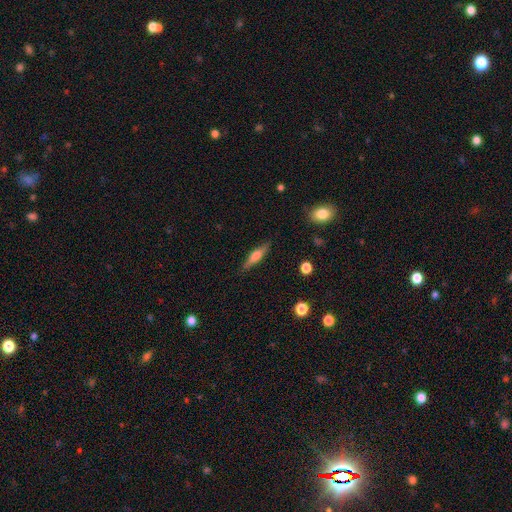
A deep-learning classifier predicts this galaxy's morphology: Smooth or featured?
  - smooth: 50% *
  - featured or disk: 43%
  - star or artifact: 7%
How rounded?
  - cigar-shaped: 78% *
  - in between: 19%
  - round: 2%
Merging?
  - none: 87% *
  - minor disturbance: 9%
  - major disturbance: 2%
  - merger: 1%